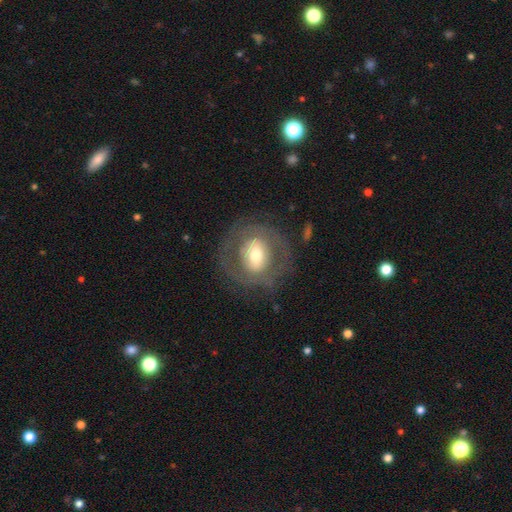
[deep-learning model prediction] A featured or disk galaxy (57%) with no bar (39%), no spiral arms (69%) and a moderate central bulge (59%).

Vote fractions:
- Smooth or featured? featured or disk: 57% / smooth: 36% / star or artifact: 7%
- Edge-on disk? no: 94% / yes: 6%
- Bar? no: 39% / weak: 31% / strong: 30%
- Spiral arms? no: 69% / yes: 31%
- Bulge size? moderate: 59% / large: 20% / small: 18% / dominant: 3% / none: 1%
- Merging? none: 74% / minor disturbance: 13% / major disturbance: 12% / merger: 1%